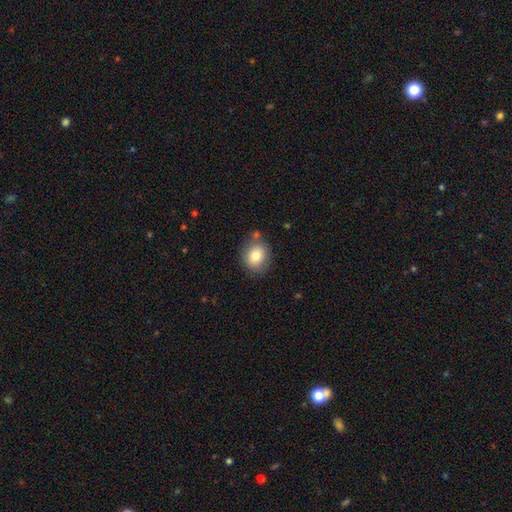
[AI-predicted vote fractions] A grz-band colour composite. It shows a smooth galaxy with no disk features (79%) that is round (67%). Merging: none (76%).